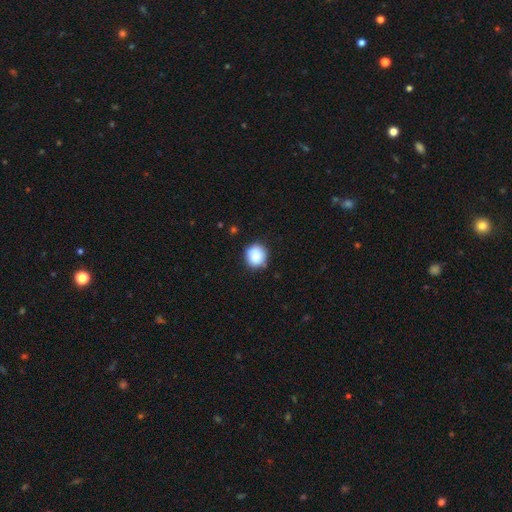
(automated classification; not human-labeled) Smooth or featured: smooth — 88% (star or artifact — 8%)
How rounded: round — 87% (in between — 12%)
Merging: none — 84% (minor disturbance — 12%)